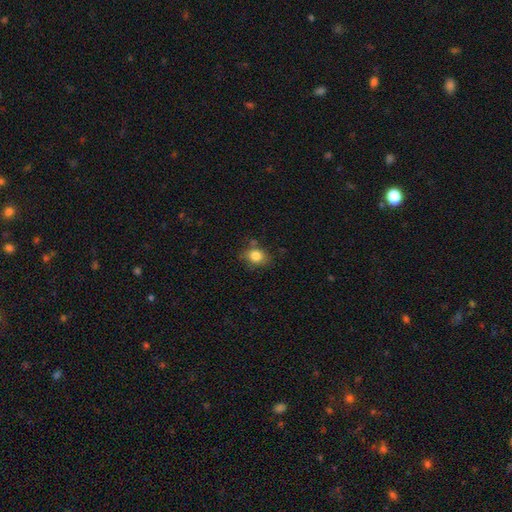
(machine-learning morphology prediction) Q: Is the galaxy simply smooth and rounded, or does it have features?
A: smooth — 83%.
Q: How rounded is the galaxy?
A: round — 57%.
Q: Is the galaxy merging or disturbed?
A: none — 70%.